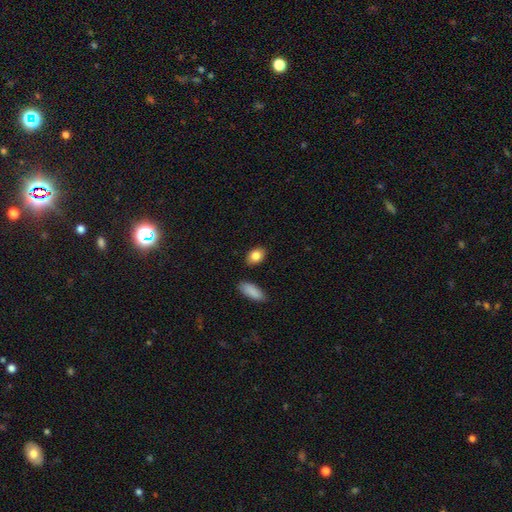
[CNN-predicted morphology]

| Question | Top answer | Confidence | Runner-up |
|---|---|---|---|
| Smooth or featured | smooth | 85% | star or artifact (8%) |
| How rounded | in between | 83% | round (15%) |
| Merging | none | 85% | minor disturbance (9%) |